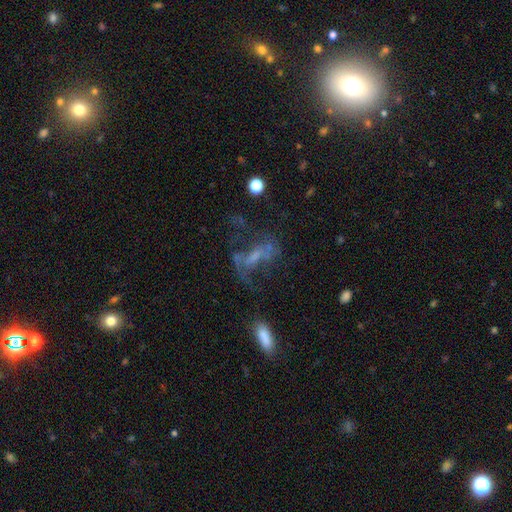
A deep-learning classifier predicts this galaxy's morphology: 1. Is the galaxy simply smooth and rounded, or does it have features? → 54% featured or disk, 23% star or artifact, 23% smooth.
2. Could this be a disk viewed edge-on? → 91% no, 9% yes.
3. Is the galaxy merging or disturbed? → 38% none, 36% major disturbance, 16% minor disturbance, 11% merger.